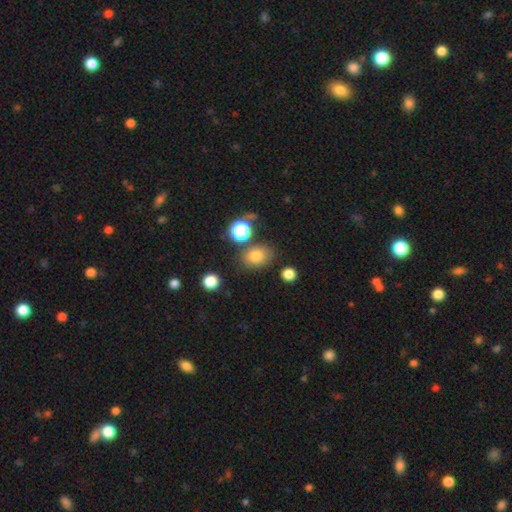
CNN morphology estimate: A smooth galaxy with no disk features (78%) that is in between round and cigar-shaped (68%).

Vote fractions:
- Smooth or featured? smooth: 78% / star or artifact: 13% / featured or disk: 10%
- How rounded? in between: 68% / round: 31% / cigar-shaped: 1%
- Merging? none: 73% / minor disturbance: 14% / merger: 9% / major disturbance: 5%